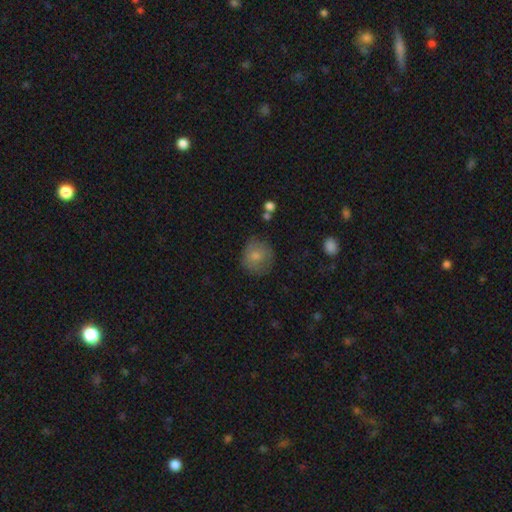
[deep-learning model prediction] This appears to be a smooth galaxy with no disk features (75%) that is round (84%). Merging: none (69%).